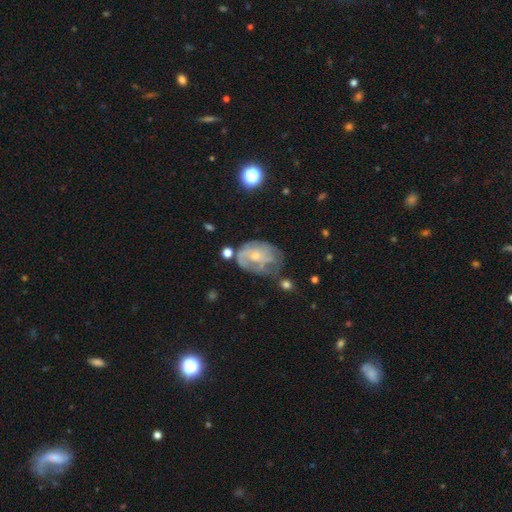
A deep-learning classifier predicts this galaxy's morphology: featured or disk 68%, smooth 23%, star or artifact 8%. Down the decision tree: edge-on disk — no (97%); bar — no (74%); spiral arms — yes (73%); bulge size — small (66%); merging — none (40%).